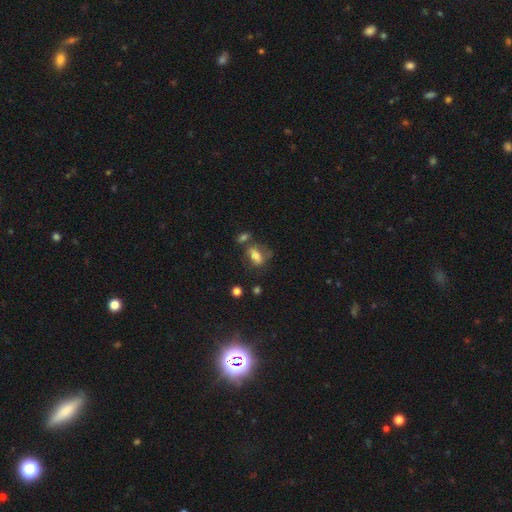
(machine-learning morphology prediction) Overall: smooth (67%). How rounded: in between (80%). Merging: none (49%; minor disturbance 20%).